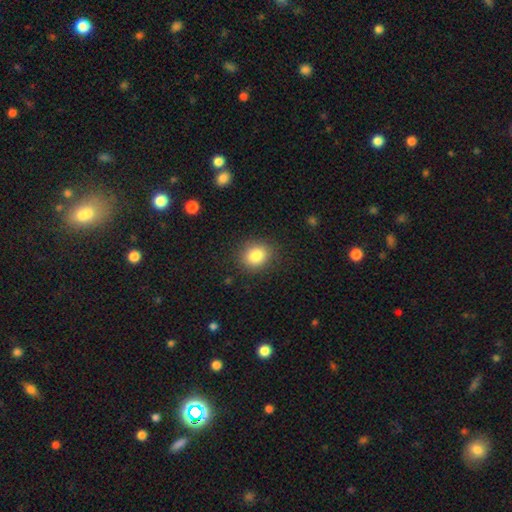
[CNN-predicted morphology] Smooth or featured? smooth (84%)
How rounded? round (70%)
Merging? none (87%)